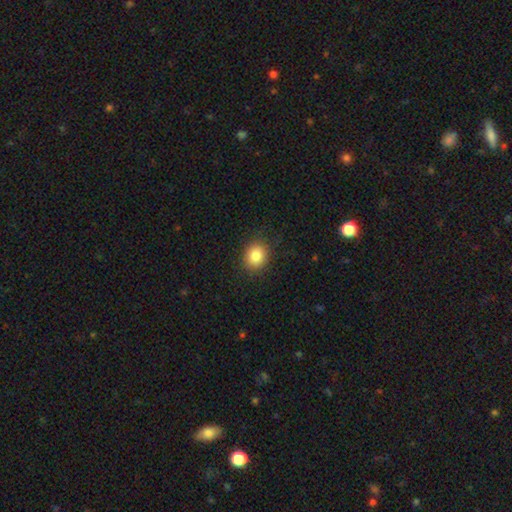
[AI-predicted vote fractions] Morphology: type=smooth (84%); roundness=round (67%); merging=none (88%).